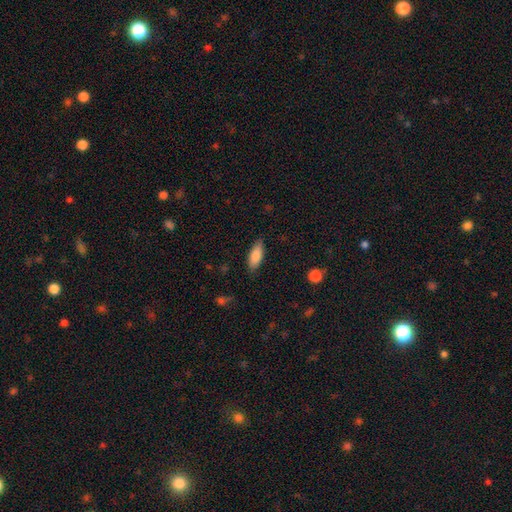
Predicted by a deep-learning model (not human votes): smooth-or-featured: smooth: 85% | featured or disk: 9% | star or artifact: 6%
  how-rounded: in between: 76% | cigar-shaped: 22% | round: 2%
  merging: none: 85% | minor disturbance: 12% | major disturbance: 3% | merger: 1%